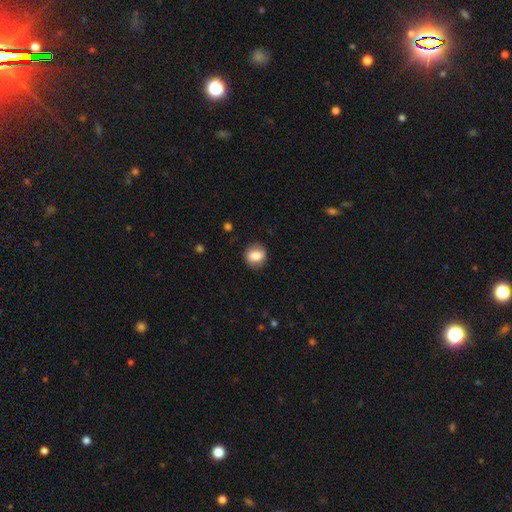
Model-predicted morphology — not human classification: Smooth or featured? Predicted: smooth (p=0.82). How rounded? Predicted: round (p=0.73). Merging? Predicted: none (p=0.84).